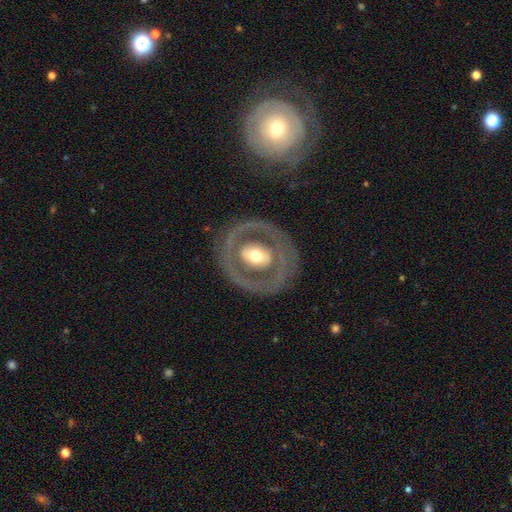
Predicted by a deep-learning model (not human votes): This is likely a featured or disk galaxy (67%). It is clearly not viewed edge-on (93%). Bar: possibly no (59%). Spiral arm pattern: clearly no (80%). Central bulge: likely moderate (66%). Merging: clearly none (80%).